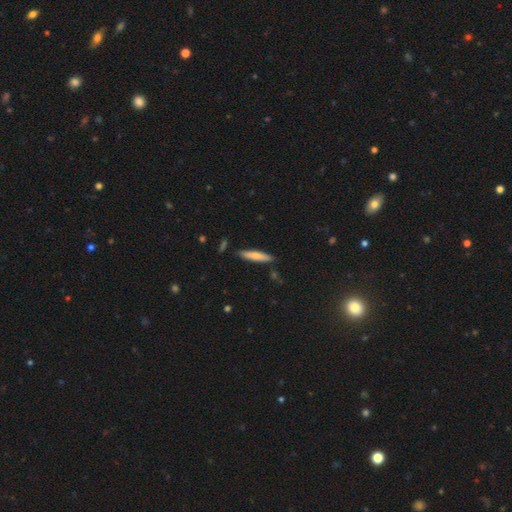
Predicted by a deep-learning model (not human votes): Smooth or featured: smooth — 68% (featured or disk — 26%)
How rounded: cigar-shaped — 87% (in between — 11%)
Merging: none — 87% (minor disturbance — 10%)